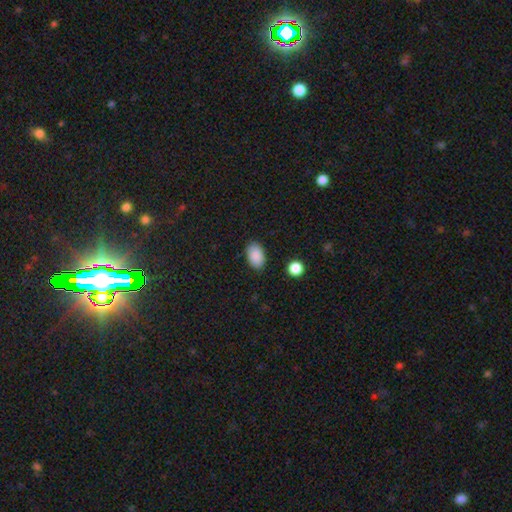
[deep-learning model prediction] A smooth galaxy with no disk features (89%) that is in between round and cigar-shaped (92%). Merging: none (86%).